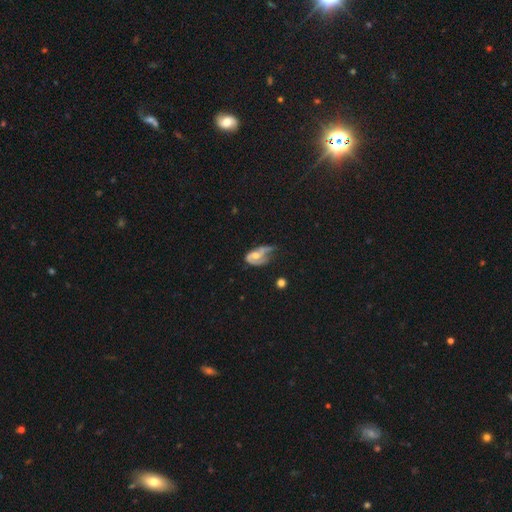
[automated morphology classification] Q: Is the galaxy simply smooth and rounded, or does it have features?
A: featured or disk — 61%.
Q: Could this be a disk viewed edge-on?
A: no — 95%.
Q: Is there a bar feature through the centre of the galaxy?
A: no — 63%.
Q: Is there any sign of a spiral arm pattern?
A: yes — 67%.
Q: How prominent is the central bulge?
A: moderate — 60%.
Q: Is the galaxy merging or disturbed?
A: major disturbance — 44%.